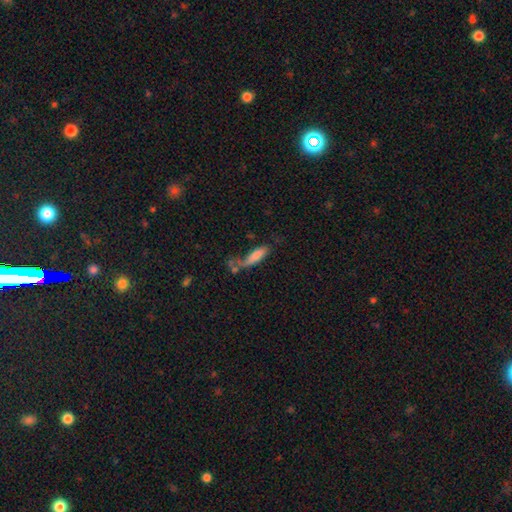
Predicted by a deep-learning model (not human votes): Smooth or featured? smooth (74%)
How rounded? cigar-shaped (56%)
Merging? none (37%)